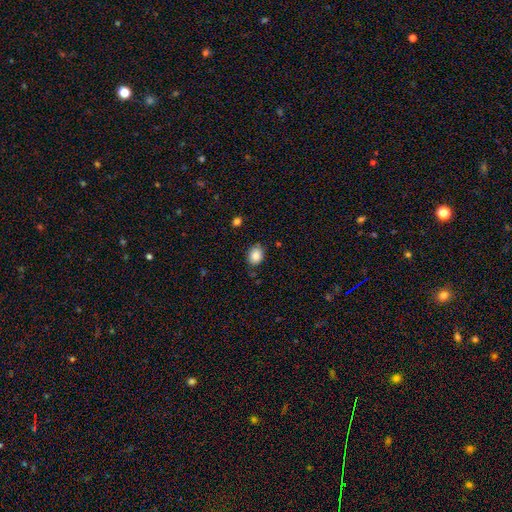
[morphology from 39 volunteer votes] Smooth or featured: smooth — 92% (star or artifact — 5%)
How rounded: round — 53% (in between — 47%)
Merging: none — 73% (minor disturbance — 19%)